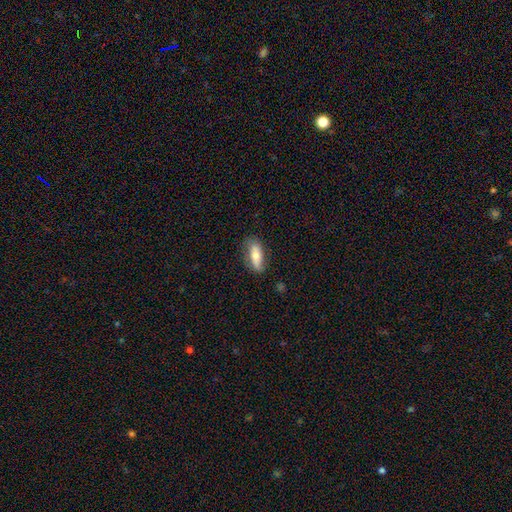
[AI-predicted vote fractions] smooth-or-featured: smooth: 62% | featured or disk: 32% | star or artifact: 6%
  how-rounded: in between: 75% | cigar-shaped: 22% | round: 3%
  merging: none: 71% | minor disturbance: 22% | major disturbance: 6% | merger: 2%